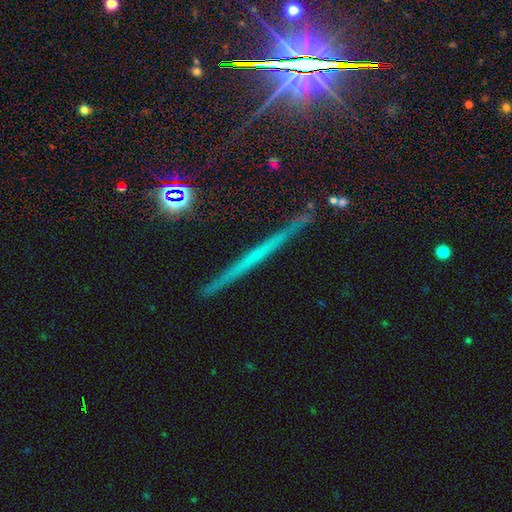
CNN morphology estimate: A featured or disk galaxy (53%) viewed edge-on (96%) with no central bulge (84%). Merging: none (88%).